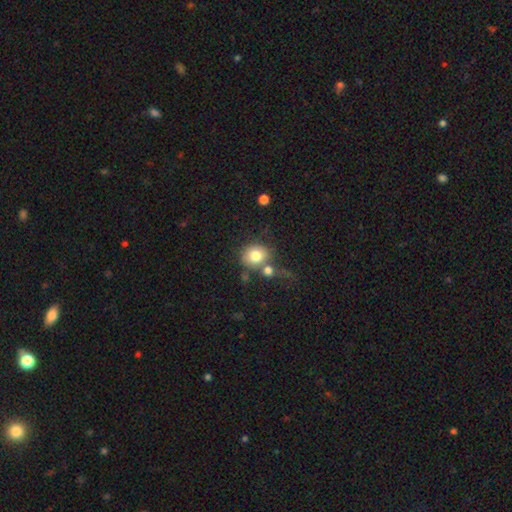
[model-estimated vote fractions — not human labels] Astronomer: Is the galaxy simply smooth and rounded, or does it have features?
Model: smooth — 79%.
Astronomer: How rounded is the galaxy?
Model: round — 75%.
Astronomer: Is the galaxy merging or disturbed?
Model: none — 53%.